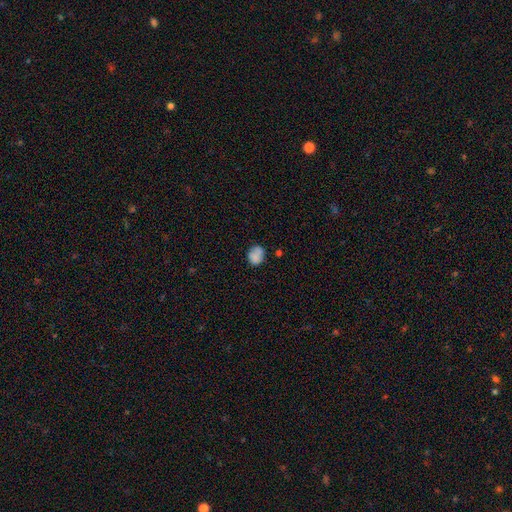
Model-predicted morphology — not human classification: A smooth galaxy with no disk features (76%) that is round (60%). Merging: none (58%).